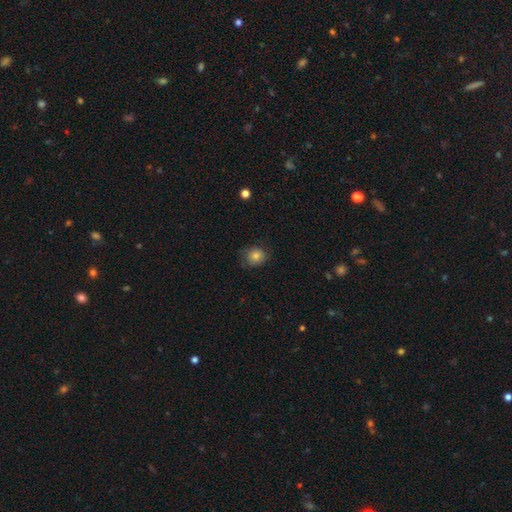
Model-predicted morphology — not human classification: Smooth or featured?
  - smooth: 81% *
  - star or artifact: 10%
  - featured or disk: 9%
How rounded?
  - round: 72% *
  - in between: 27%
  - cigar-shaped: 1%
Merging?
  - none: 73% *
  - minor disturbance: 20%
  - major disturbance: 6%
  - merger: 1%